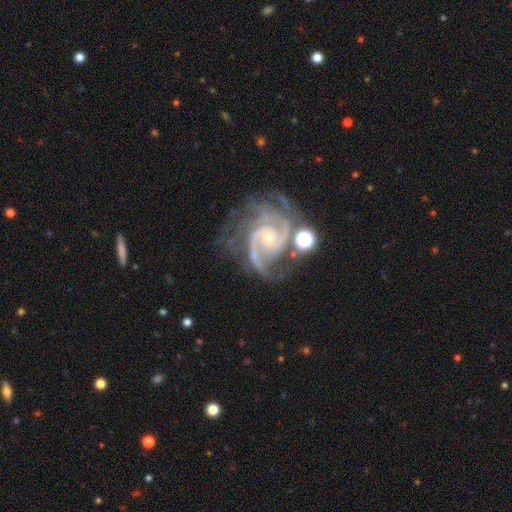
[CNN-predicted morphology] This is clearly a featured or disk galaxy (92%). It is clearly not viewed edge-on (98%). Bar: likely no (65%). Spiral arm pattern: clearly yes (99%). Spiral arm count: marginally 2 (38%). Spiral winding: possibly tight (47%). Central bulge: likely small (77%). Merging: possibly none (58%).